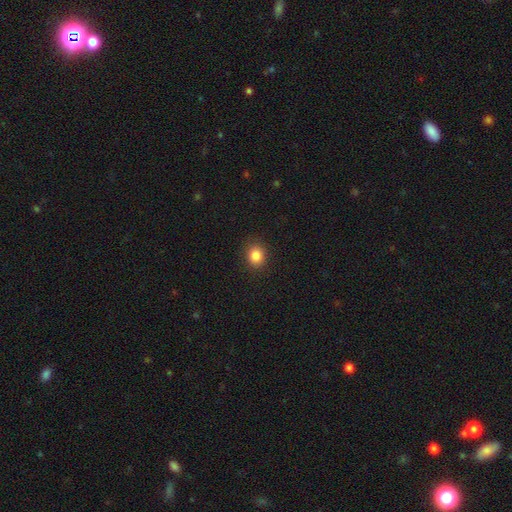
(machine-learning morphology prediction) Smooth or featured? smooth (85%)
How rounded? round (69%)
Merging? none (90%)